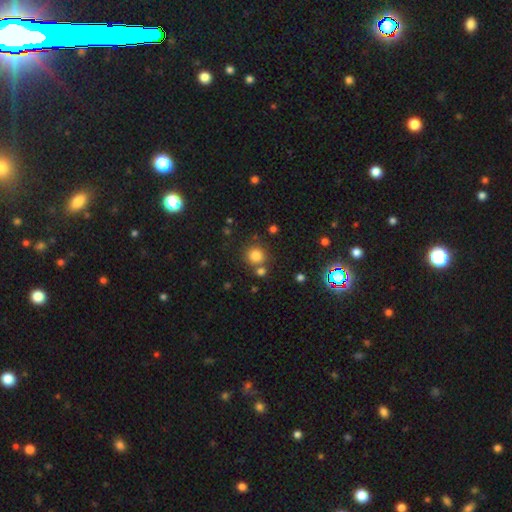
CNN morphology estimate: Overall: smooth (80%). How rounded: round (91%). Merging: none (72%).